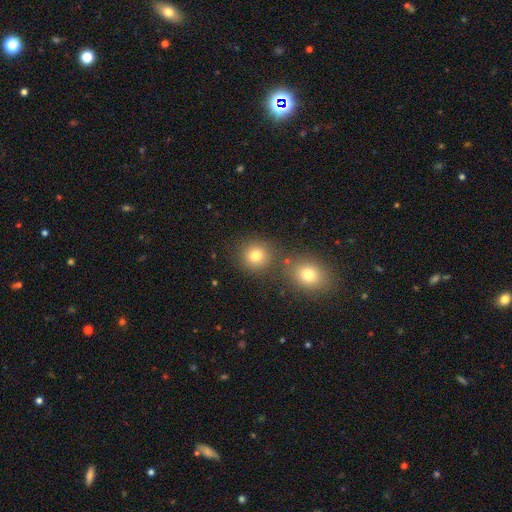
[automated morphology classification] A smooth galaxy with no disk features (78%) that is round (87%).

Vote fractions:
- Smooth or featured? smooth: 78% / star or artifact: 14% / featured or disk: 8%
- How rounded? round: 87% / in between: 12% / cigar-shaped: 1%
- Merging? none: 75% / merger: 15% / minor disturbance: 8% / major disturbance: 3%